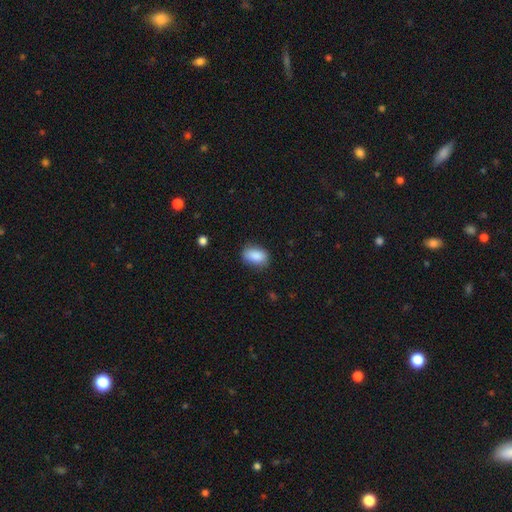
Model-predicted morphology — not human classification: Smooth or featured? smooth (88%)
How rounded? in between (87%)
Merging? none (81%)